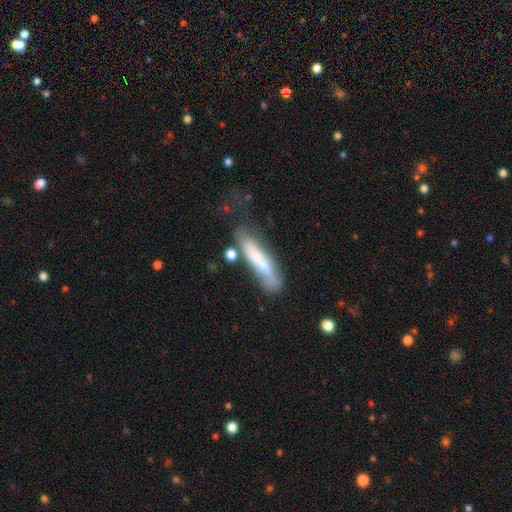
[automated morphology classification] Smooth or featured?
  - smooth: 52% *
  - featured or disk: 39%
  - star or artifact: 9%
How rounded?
  - cigar-shaped: 80% *
  - in between: 19%
  - round: 1%
Merging?
  - none: 44% *
  - minor disturbance: 28%
  - major disturbance: 20%
  - merger: 8%